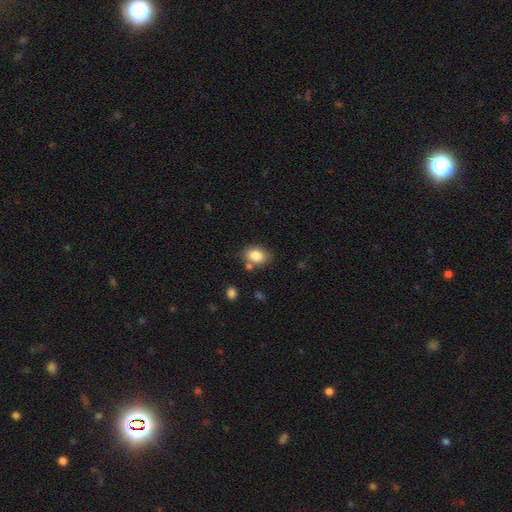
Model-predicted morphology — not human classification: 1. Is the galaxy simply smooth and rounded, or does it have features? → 84% smooth, 9% star or artifact, 8% featured or disk.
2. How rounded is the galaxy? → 68% in between, 31% round, 1% cigar-shaped.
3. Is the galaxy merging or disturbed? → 72% none, 14% minor disturbance, 10% merger, 4% major disturbance.